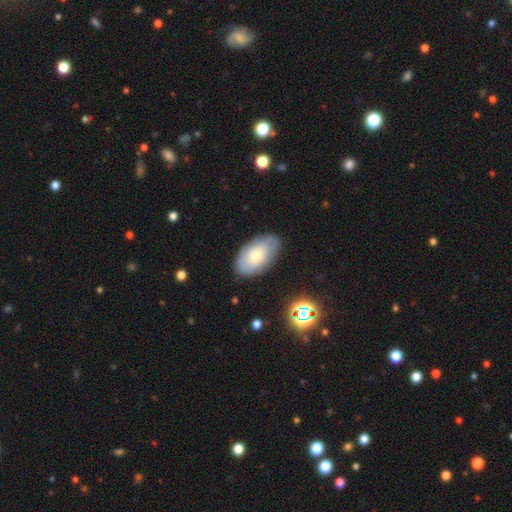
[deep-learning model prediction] Smooth or featured: smooth — 59% (featured or disk — 33%)
How rounded: in between — 93% (round — 5%)
Merging: none — 81% (minor disturbance — 15%)